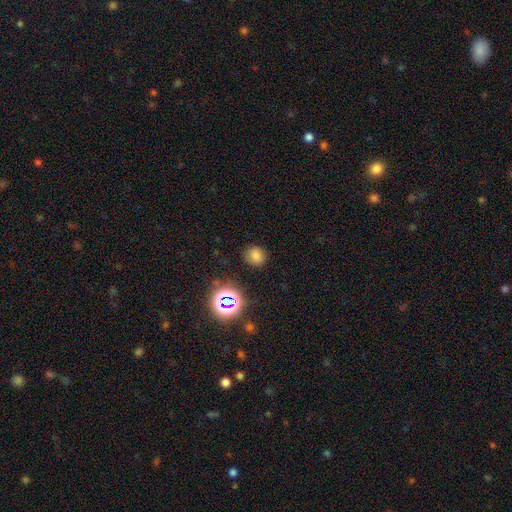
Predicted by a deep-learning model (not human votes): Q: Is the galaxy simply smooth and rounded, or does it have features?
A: smooth — 74%.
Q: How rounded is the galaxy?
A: round — 75%.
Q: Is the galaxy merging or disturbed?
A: none — 85%.